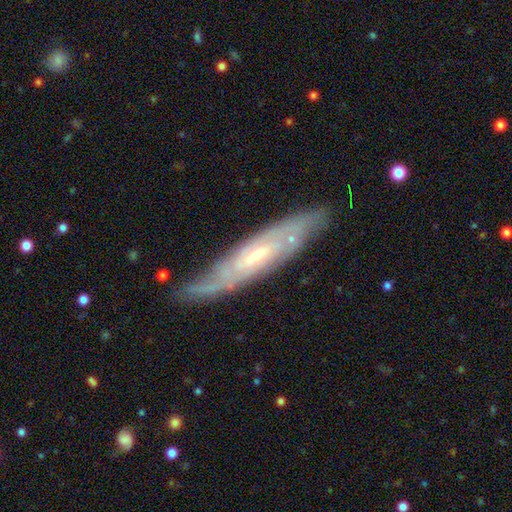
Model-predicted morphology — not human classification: Smooth or featured? Predicted: featured or disk (p=0.79). Edge-on disk? Predicted: no (p=0.62). Merging? Predicted: none (p=0.76).